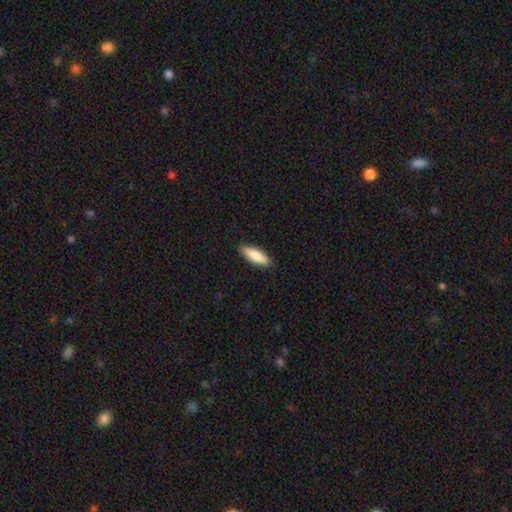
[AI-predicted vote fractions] This is clearly a smooth galaxy (82%). How rounded: possibly in between (51%). Merging: clearly none (88%).